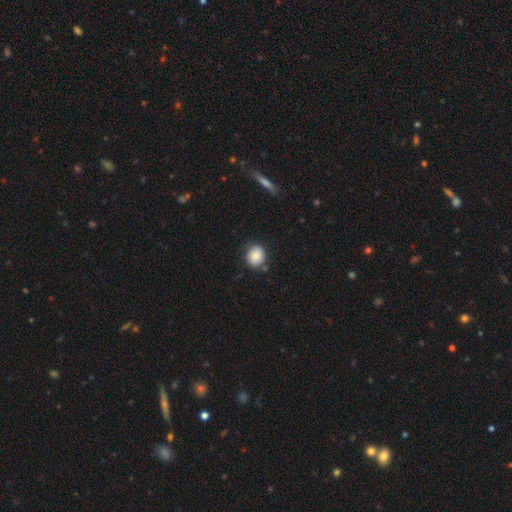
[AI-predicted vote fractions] Smooth or featured: smooth — 84% (star or artifact — 8%)
How rounded: round — 70% (in between — 29%)
Merging: none — 80% (minor disturbance — 14%)